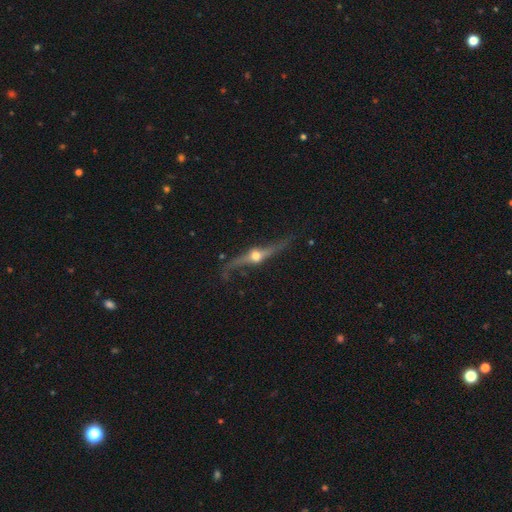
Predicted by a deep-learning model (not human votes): featured or disk 86%, smooth 8%, star or artifact 5%. Down the decision tree: edge-on disk — yes (86%); edge-on bulge — rounded (97%); merging — none (73%).